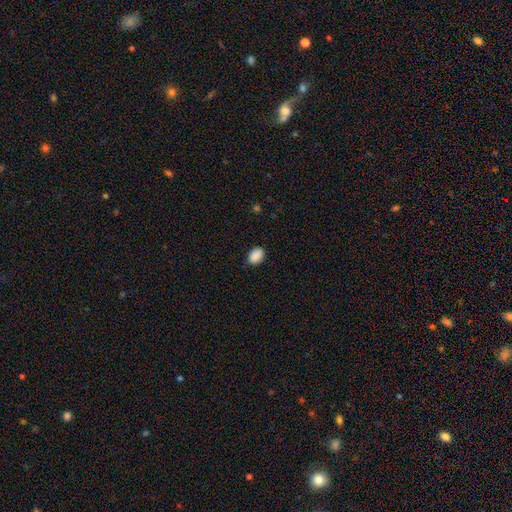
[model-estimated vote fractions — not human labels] Overall: smooth (90%). How rounded: in between (85%). Merging: none (87%).